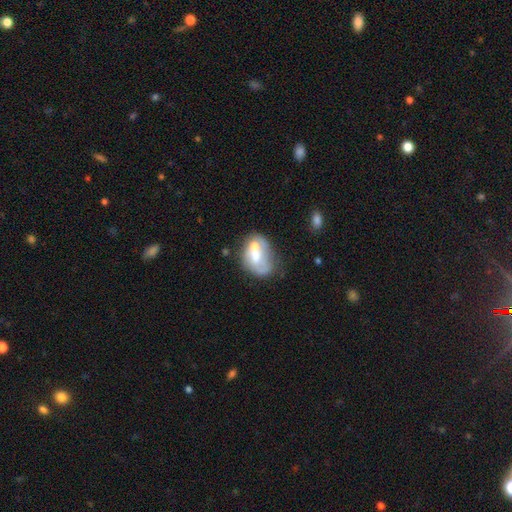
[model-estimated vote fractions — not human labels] Smooth or featured: smooth — 46% (featured or disk — 45%)
Merging: merger — 38% (none — 27%)